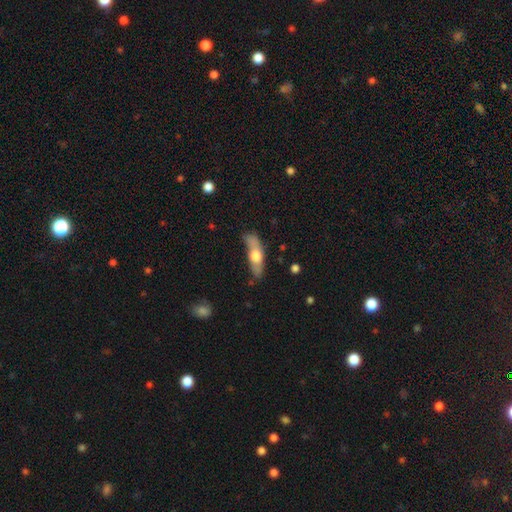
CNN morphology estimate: Overall: smooth (53%; featured or disk 41%). How rounded: cigar-shaped (50%; in between 46%). Merging: none (63%; minor disturbance 24%).